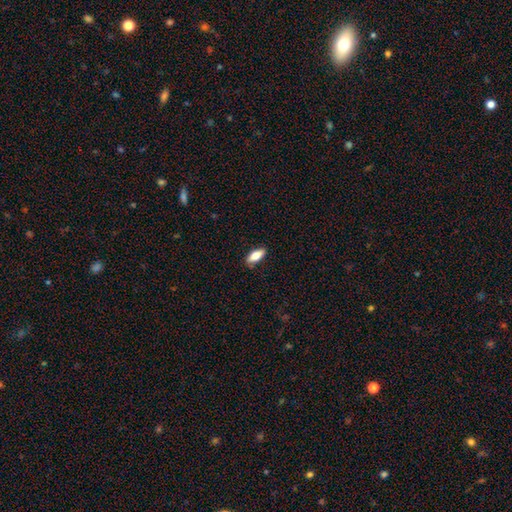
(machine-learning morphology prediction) Smooth or featured?
  - smooth: 76% *
  - featured or disk: 17%
  - star or artifact: 6%
How rounded?
  - in between: 76% *
  - cigar-shaped: 22%
  - round: 2%
Merging?
  - none: 86% *
  - minor disturbance: 11%
  - major disturbance: 2%
  - merger: 1%